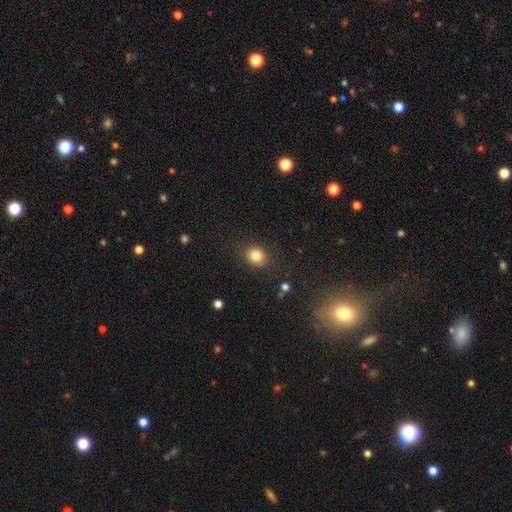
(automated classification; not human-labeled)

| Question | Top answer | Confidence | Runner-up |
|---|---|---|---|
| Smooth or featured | smooth | 83% | star or artifact (11%) |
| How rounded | round | 66% | in between (33%) |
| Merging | none | 86% | minor disturbance (10%) |